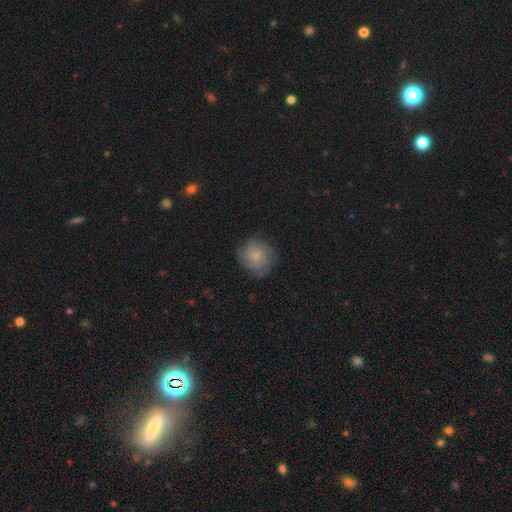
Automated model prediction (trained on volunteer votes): This is likely a smooth galaxy (62%). How rounded: clearly round (88%). Merging: likely none (72%).